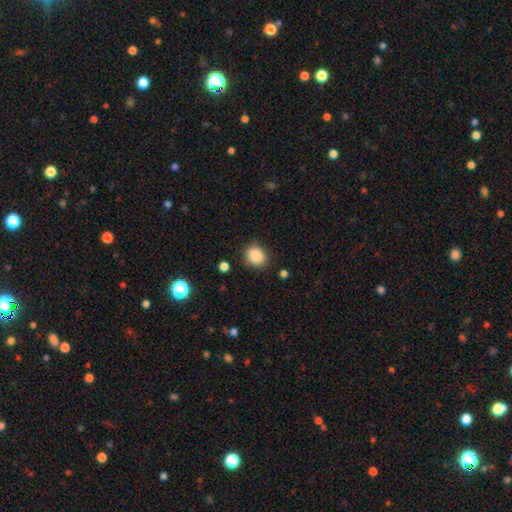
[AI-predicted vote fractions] Overall: smooth (87%). How rounded: round (66%; in between 33%). Merging: none (80%).